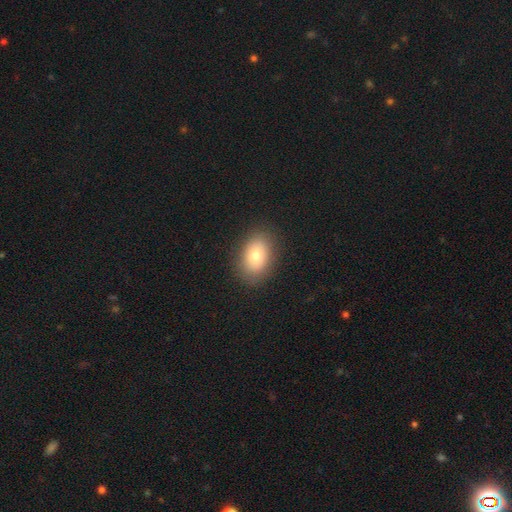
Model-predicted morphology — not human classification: A smooth galaxy with no disk features (78%) that is in between round and cigar-shaped (78%). Merging: none (87%).